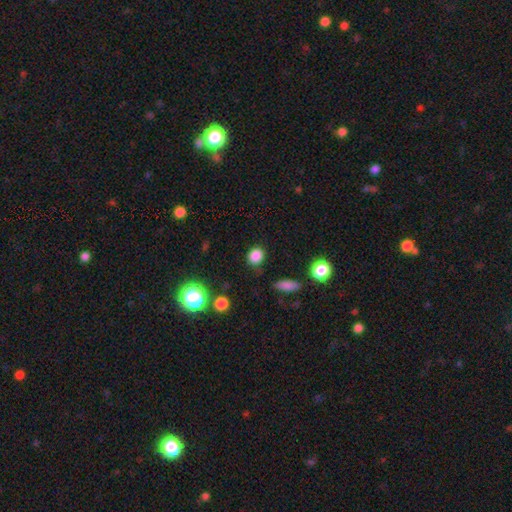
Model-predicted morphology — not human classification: A smooth galaxy with no disk features (84%) that is round (72%). Merging: none (81%).